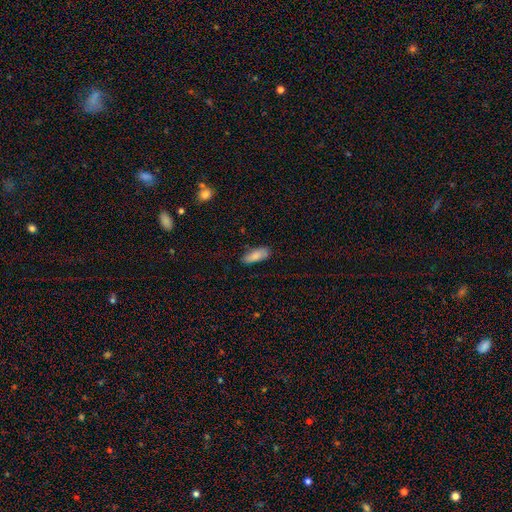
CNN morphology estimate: A smooth galaxy with no disk features (84%) that is in between round and cigar-shaped (77%).

Vote fractions:
- Smooth or featured? smooth: 84% / featured or disk: 10% / star or artifact: 6%
- How rounded? in between: 77% / cigar-shaped: 21% / round: 2%
- Merging? none: 79% / minor disturbance: 17% / major disturbance: 3% / merger: 1%